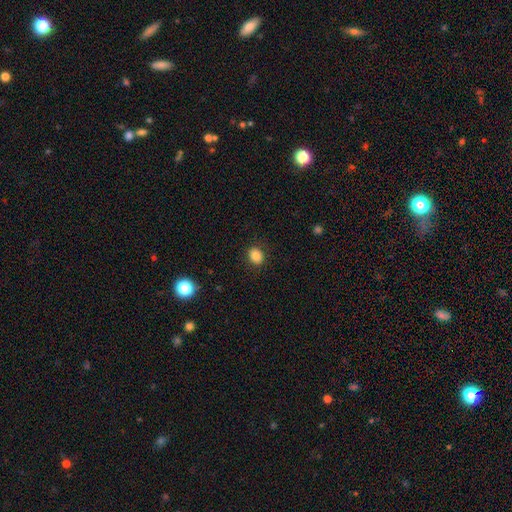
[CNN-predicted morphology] A smooth galaxy with no disk features (84%) that is round (55%).

Vote fractions:
- Smooth or featured? smooth: 84% / star or artifact: 11% / featured or disk: 5%
- How rounded? round: 55% / in between: 44% / cigar-shaped: 1%
- Merging? none: 87% / minor disturbance: 9% / major disturbance: 3% / merger: 1%